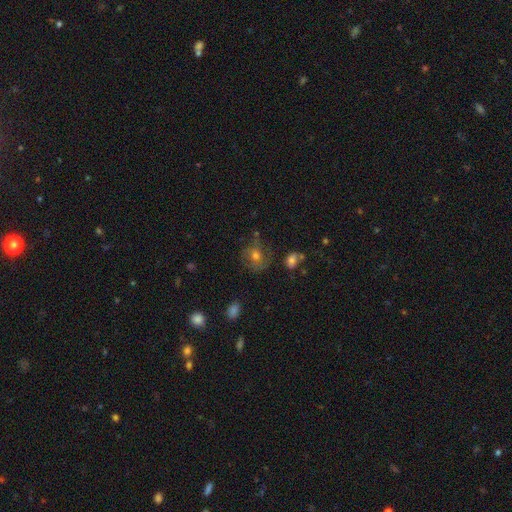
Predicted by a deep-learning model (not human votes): smooth_or_featured: smooth (p=0.58) [alt: featured or disk p=0.29]
how_rounded: round (p=0.74) [alt: in between p=0.25]
merging: none (p=0.58) [alt: minor disturbance p=0.24]